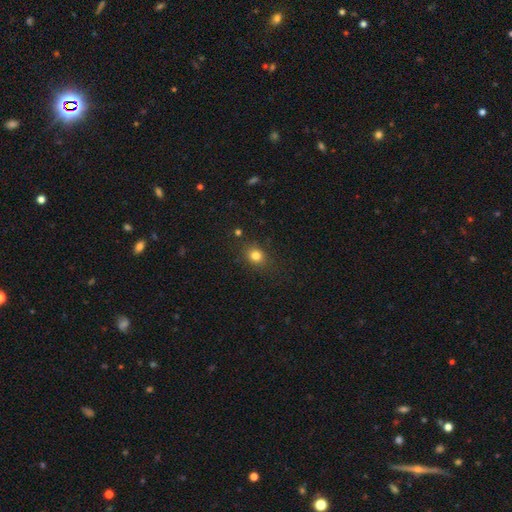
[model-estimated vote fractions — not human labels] A smooth galaxy with no disk features (81%) that is round (59%). Merging: none (83%).